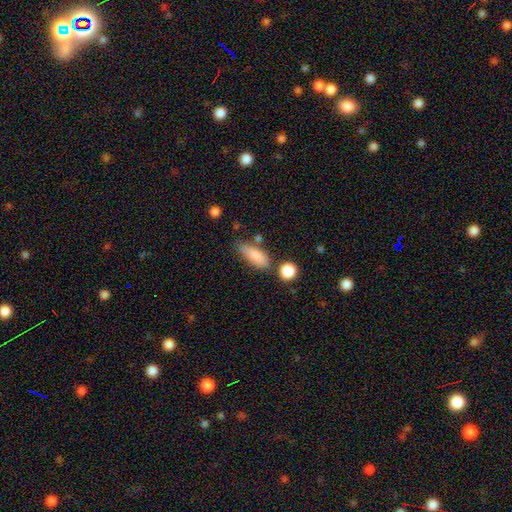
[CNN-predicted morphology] smooth_or_featured: smooth (p=0.84) [alt: featured or disk p=0.09]
how_rounded: in between (p=0.68) [alt: cigar-shaped p=0.29]
merging: none (p=0.60) [alt: minor disturbance p=0.23]